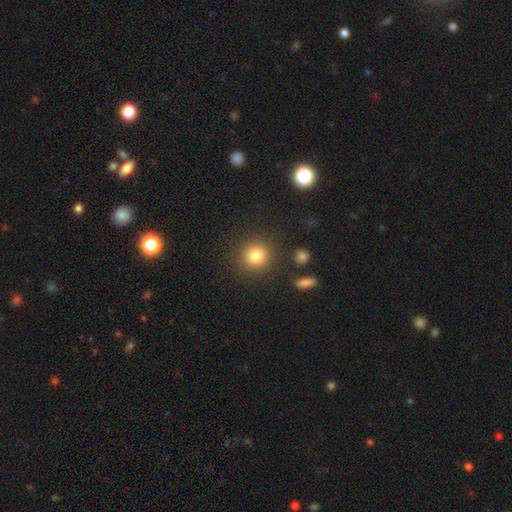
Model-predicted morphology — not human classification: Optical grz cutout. It shows a smooth galaxy with no disk features (82%) that is round (91%). Merging: none (87%).